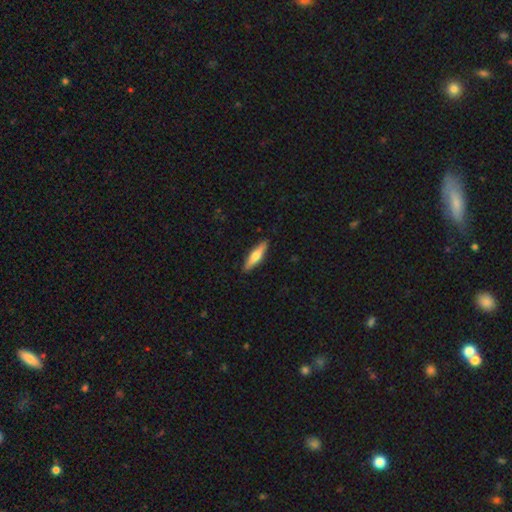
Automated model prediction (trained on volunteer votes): smooth 55%, featured or disk 40%, star or artifact 5%. Down the decision tree: how rounded — cigar-shaped (76%); merging — none (90%).